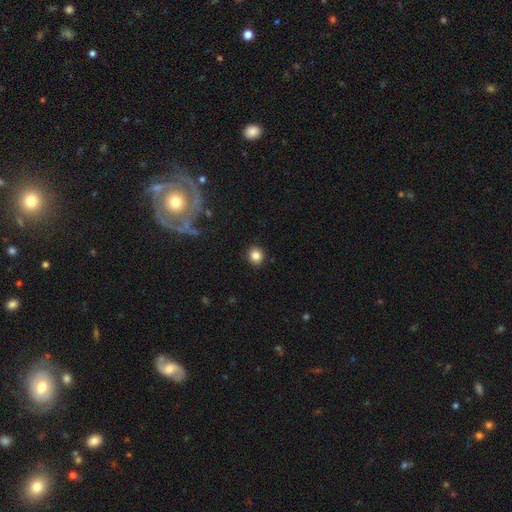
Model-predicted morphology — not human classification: This appears to be a smooth galaxy with no disk features (84%) that is round (88%). Merging: none (91%).